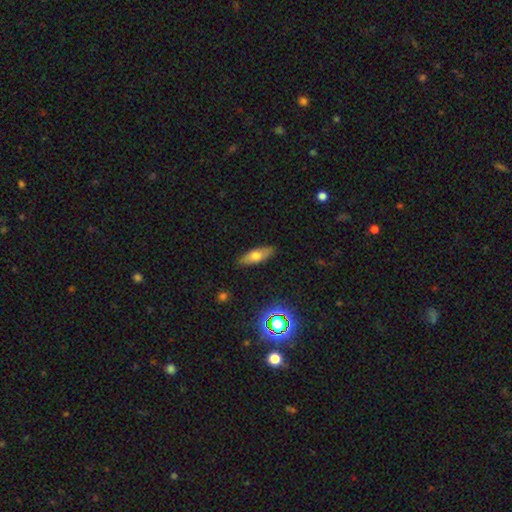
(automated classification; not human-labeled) Smooth or featured?
  - smooth: 61% *
  - featured or disk: 29%
  - star or artifact: 10%
How rounded?
  - in between: 58% *
  - cigar-shaped: 39%
  - round: 3%
Merging?
  - none: 87% *
  - minor disturbance: 9%
  - major disturbance: 2%
  - merger: 1%